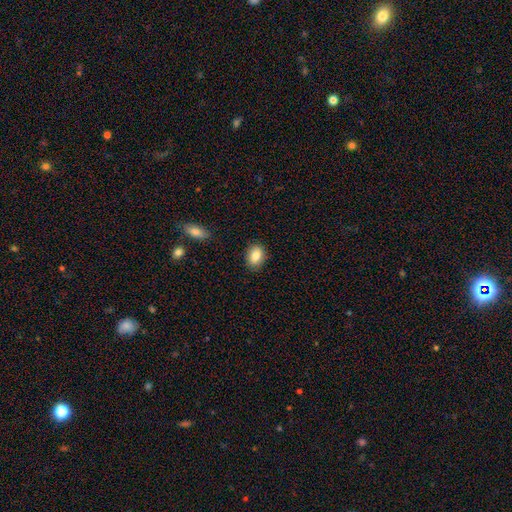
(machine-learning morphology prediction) smooth 84%, featured or disk 8%, star or artifact 8%. Down the decision tree: how rounded — in between (75%); merging — none (87%).